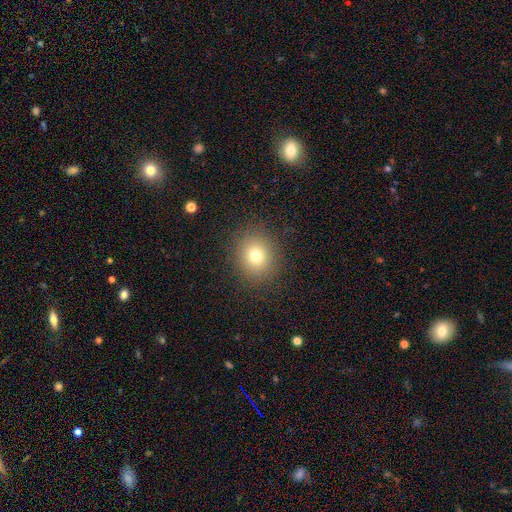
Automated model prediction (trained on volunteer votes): Q: Smooth or featured?
A: smooth (76%); runner-up: star or artifact (15%)
Q: How rounded?
A: round (79%); runner-up: in between (20%)
Q: Merging?
A: none (89%); runner-up: minor disturbance (7%)